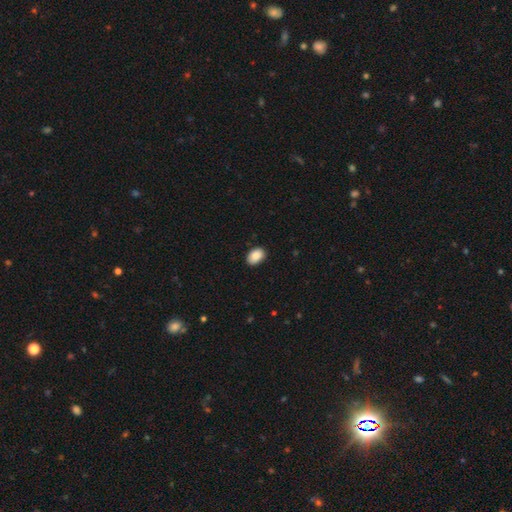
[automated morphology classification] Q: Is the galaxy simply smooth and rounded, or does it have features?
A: smooth — 89%.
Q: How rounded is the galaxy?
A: in between — 86%.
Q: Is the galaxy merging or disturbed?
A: none — 87%.